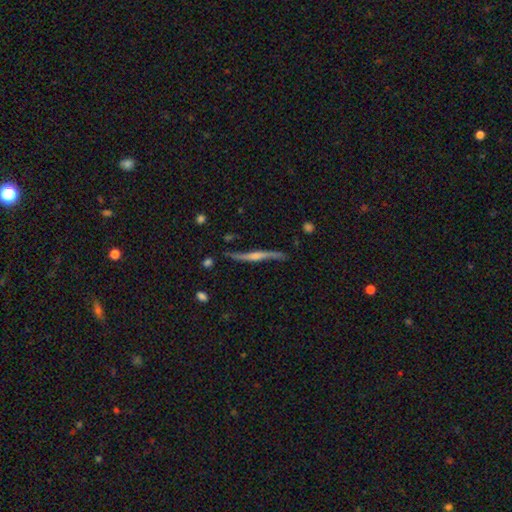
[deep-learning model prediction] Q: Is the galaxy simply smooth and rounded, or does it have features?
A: featured or disk — 76%.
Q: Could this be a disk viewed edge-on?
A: yes — 86%.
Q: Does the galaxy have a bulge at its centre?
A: rounded — 63%.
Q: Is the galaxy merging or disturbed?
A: none — 70%.